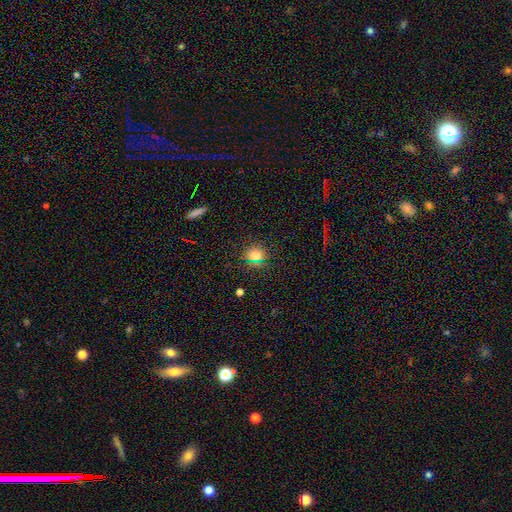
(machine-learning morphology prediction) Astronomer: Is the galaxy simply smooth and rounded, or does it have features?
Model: smooth — 73%.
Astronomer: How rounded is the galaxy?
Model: round — 85%.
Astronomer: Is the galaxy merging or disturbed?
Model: none — 87%.